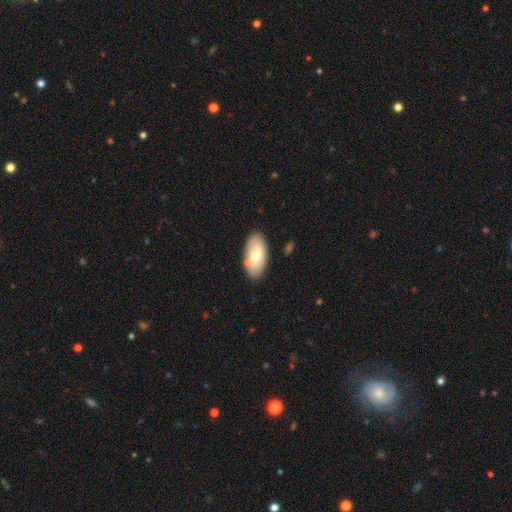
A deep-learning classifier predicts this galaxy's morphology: Smooth or featured? Predicted: smooth (p=0.62). How rounded? Predicted: in between (p=0.93). Merging? Predicted: none (p=0.80).